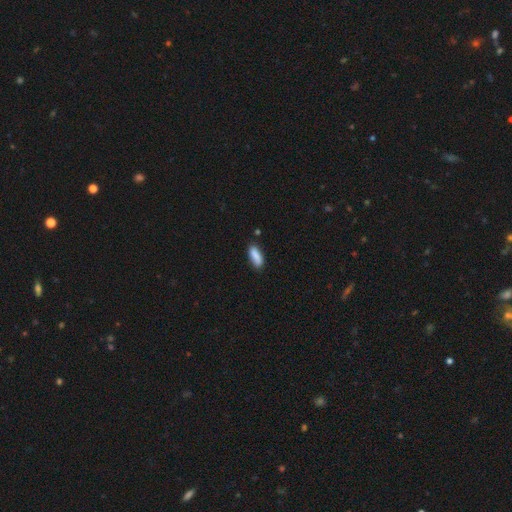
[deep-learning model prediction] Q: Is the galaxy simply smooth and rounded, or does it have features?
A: smooth — 86%.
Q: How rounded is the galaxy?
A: in between — 70%.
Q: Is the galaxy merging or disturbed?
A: none — 74%.